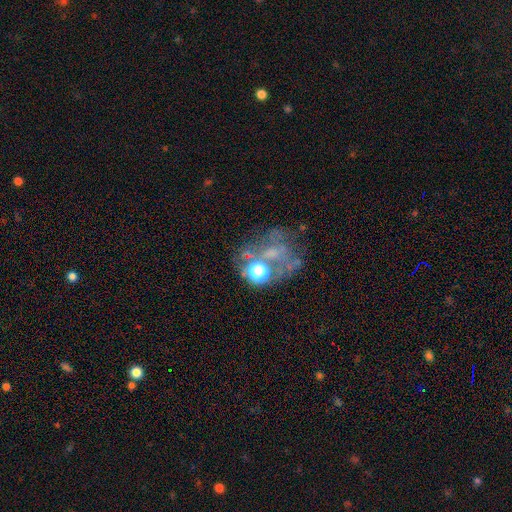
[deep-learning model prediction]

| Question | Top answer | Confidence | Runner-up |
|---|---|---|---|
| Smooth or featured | featured or disk | 44% | star or artifact (35%) |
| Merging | none | 42% | merger (26%) |